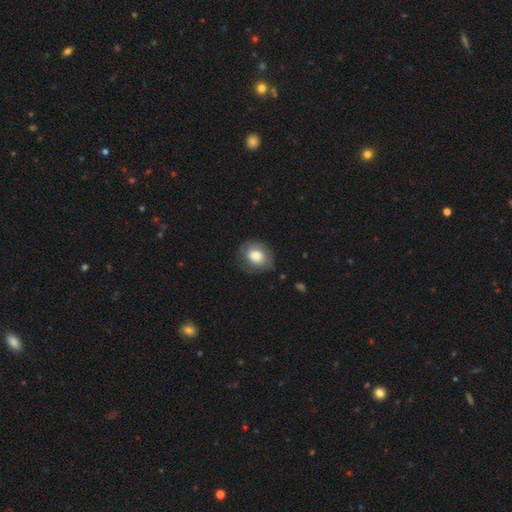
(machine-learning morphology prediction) The model was most divided on "how rounded": round: 62%, in between: 37%, cigar-shaped: 1%. More confident: merging — none (66%); smooth or featured — smooth (65%).